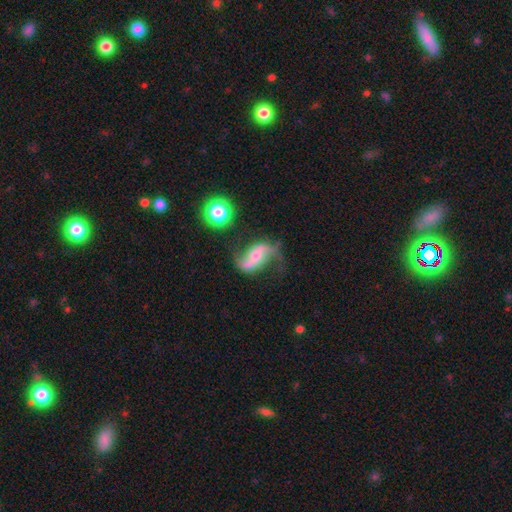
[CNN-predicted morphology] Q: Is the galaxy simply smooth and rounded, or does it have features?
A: featured or disk — 85%.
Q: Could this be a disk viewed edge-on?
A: no — 95%.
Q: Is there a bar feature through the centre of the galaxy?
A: no — 36%.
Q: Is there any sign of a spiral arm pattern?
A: yes — 95%.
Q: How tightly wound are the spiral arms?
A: loose — 84%.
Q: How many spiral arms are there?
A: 2 — 92%.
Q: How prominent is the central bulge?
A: small — 47%.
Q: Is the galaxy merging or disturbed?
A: none — 67%.